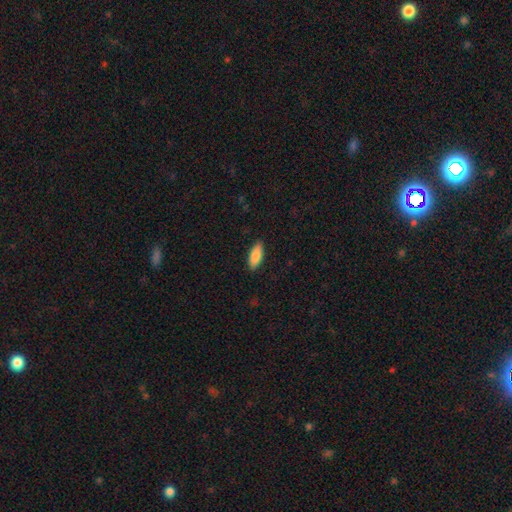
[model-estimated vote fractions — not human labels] smooth 86%, featured or disk 8%, star or artifact 6%. Down the decision tree: how rounded — in between (77%); merging — none (88%).